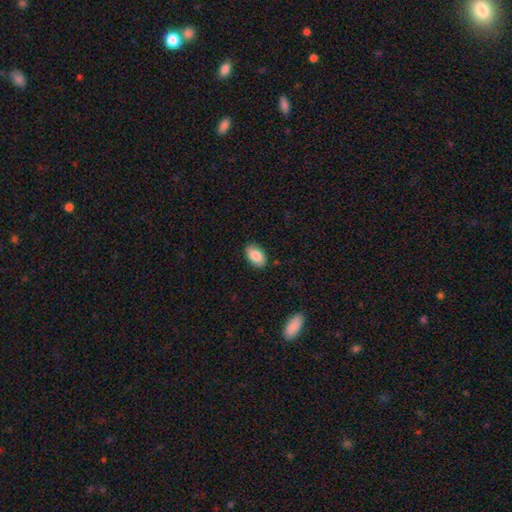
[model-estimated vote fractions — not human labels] Smooth or featured? smooth (86%)
How rounded? in between (92%)
Merging? none (86%)